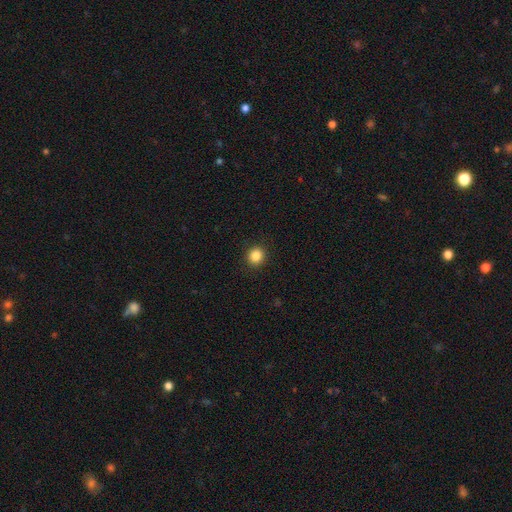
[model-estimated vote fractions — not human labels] A smooth galaxy with no disk features (85%) that is round (90%). Merging: none (92%).